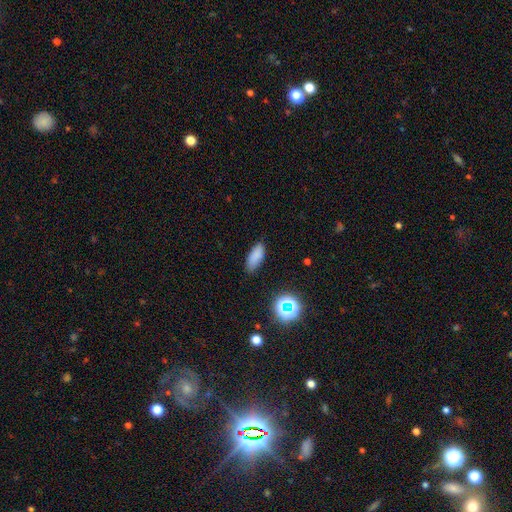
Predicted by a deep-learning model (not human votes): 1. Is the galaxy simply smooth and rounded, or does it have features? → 82% smooth, 12% star or artifact, 6% featured or disk.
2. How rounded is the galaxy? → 79% in between, 18% cigar-shaped, 3% round.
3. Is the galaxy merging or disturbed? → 81% none, 14% minor disturbance, 3% major disturbance, 2% merger.